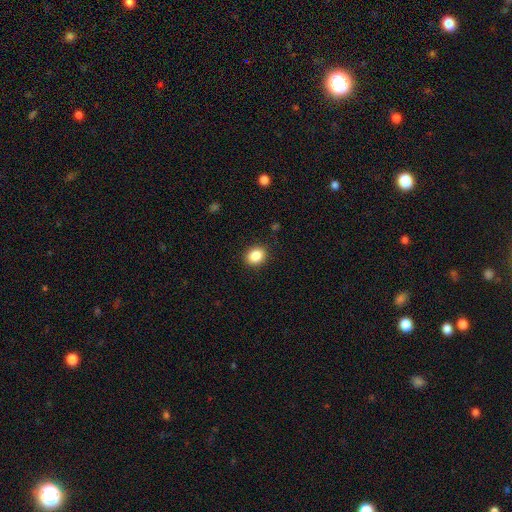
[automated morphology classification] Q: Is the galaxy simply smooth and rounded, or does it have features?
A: smooth — 86%.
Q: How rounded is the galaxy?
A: round — 57%.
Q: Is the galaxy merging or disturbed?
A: none — 90%.